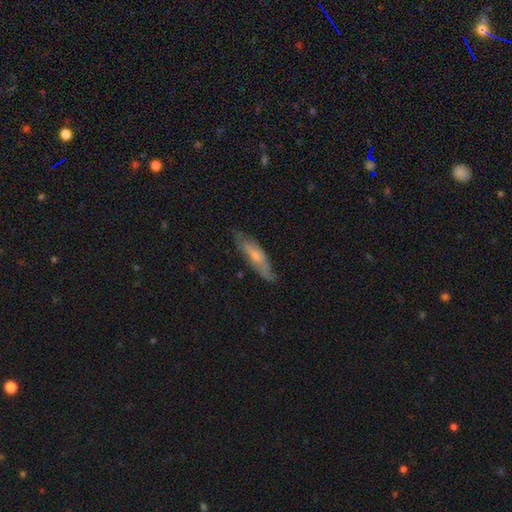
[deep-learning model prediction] A smooth galaxy with no disk features (49%).

Vote fractions:
- Smooth or featured? smooth: 49% / featured or disk: 45% / star or artifact: 6%
- Merging? none: 71% / minor disturbance: 22% / major disturbance: 5% / merger: 2%